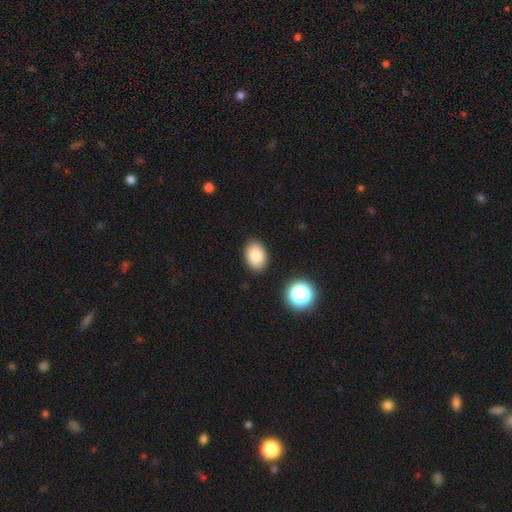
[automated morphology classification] Smooth or featured? Predicted: smooth (p=0.84). How rounded? Predicted: in between (p=0.83). Merging? Predicted: none (p=0.88).